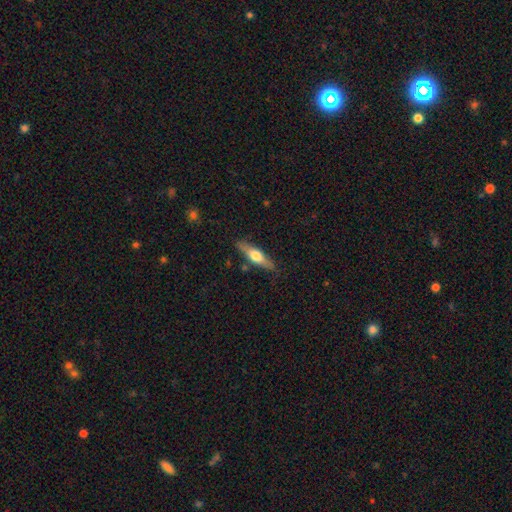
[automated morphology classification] Overall: featured or disk (51%; smooth 43%). Edge-on disk: yes (91%). Merging: none (84%).